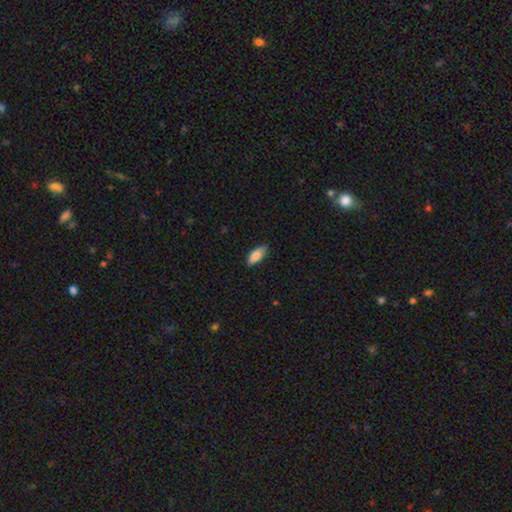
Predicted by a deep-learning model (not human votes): smooth-or-featured: smooth: 80% | featured or disk: 14% | star or artifact: 6%
  how-rounded: in between: 79% | cigar-shaped: 19% | round: 2%
  merging: none: 83% | minor disturbance: 14% | major disturbance: 2% | merger: 1%